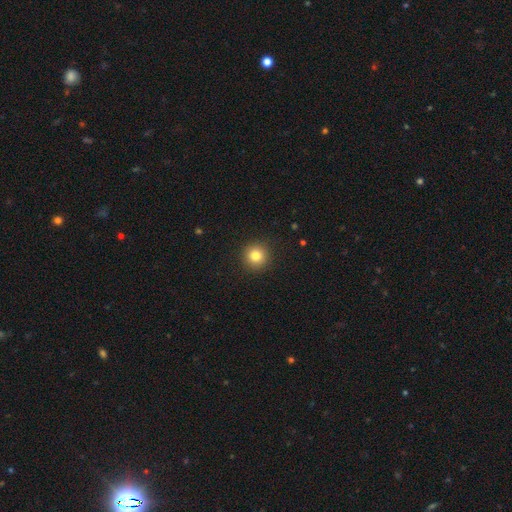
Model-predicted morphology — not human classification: This appears to be a smooth galaxy with no disk features (82%) that is round (95%). Merging: none (92%).